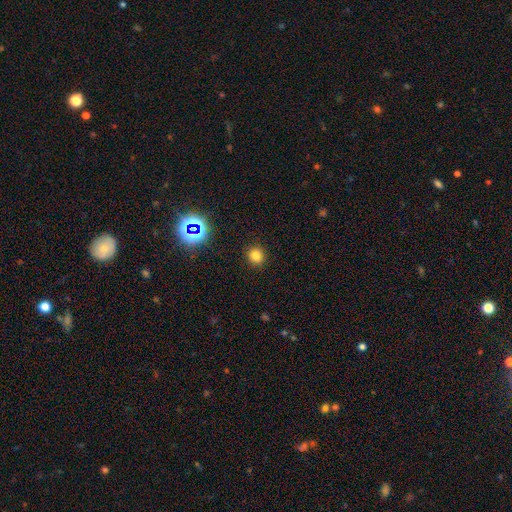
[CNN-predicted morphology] Smooth or featured: smooth — 78% (star or artifact — 17%)
How rounded: round — 90% (in between — 9%)
Merging: none — 91% (minor disturbance — 6%)